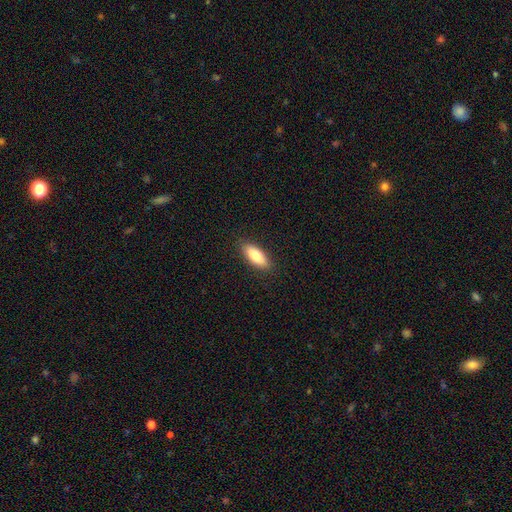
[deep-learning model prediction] Overall: smooth (81%). How rounded: in between (68%; cigar-shaped 30%). Merging: none (89%).